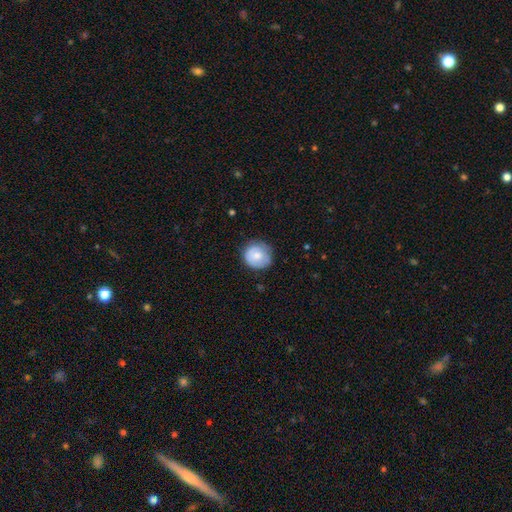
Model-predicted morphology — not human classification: smooth 73%, featured or disk 20%, star or artifact 7%. Down the decision tree: how rounded — round (91%); merging — none (74%).